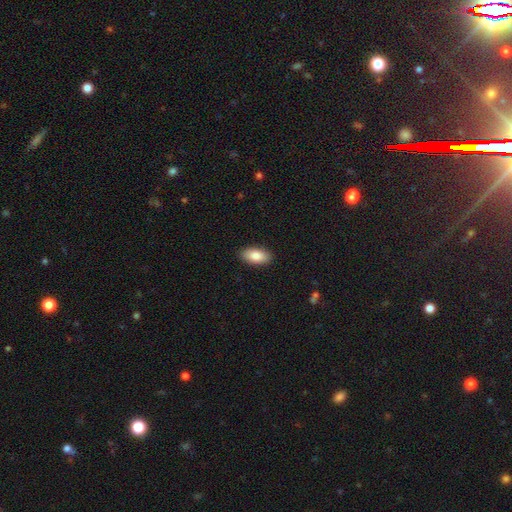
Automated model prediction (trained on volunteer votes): Smooth or featured?
  - smooth: 85% *
  - featured or disk: 8%
  - star or artifact: 6%
How rounded?
  - in between: 92% *
  - cigar-shaped: 5%
  - round: 3%
Merging?
  - none: 90% *
  - minor disturbance: 7%
  - major disturbance: 2%
  - merger: 1%